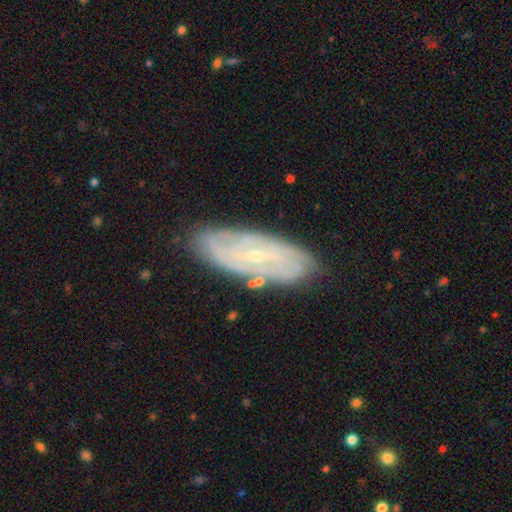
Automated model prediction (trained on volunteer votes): A featured or disk galaxy (72%) with no bar (56%), tight (63%) spiral arms (82%) and a small central bulge (82%). Merging: none (81%).